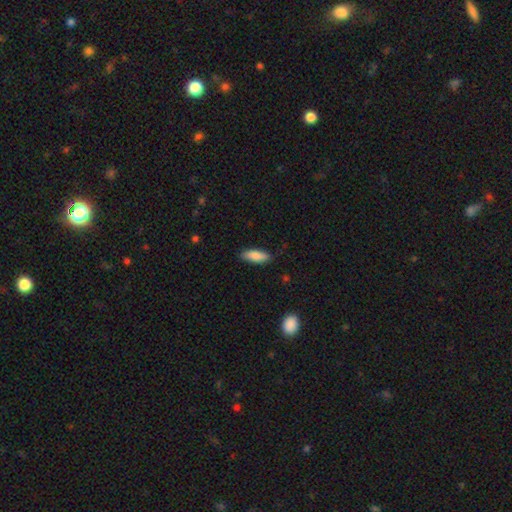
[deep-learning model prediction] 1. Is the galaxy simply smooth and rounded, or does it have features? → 85% smooth, 9% featured or disk, 6% star or artifact.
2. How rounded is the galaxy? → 65% in between, 33% cigar-shaped, 2% round.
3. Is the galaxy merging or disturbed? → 85% none, 12% minor disturbance, 2% major disturbance, 1% merger.